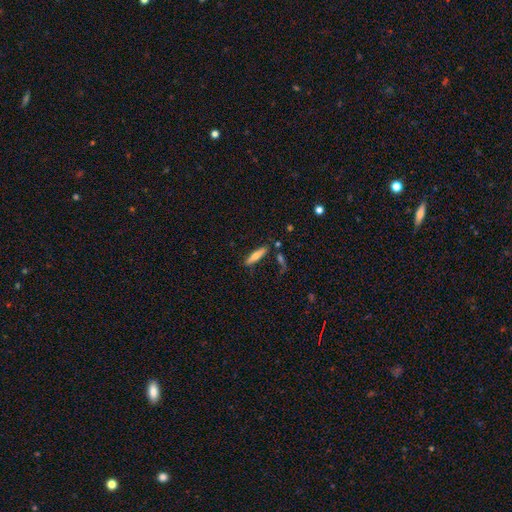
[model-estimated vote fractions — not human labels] Smooth or featured? smooth (60%)
How rounded? cigar-shaped (81%)
Merging? none (79%)